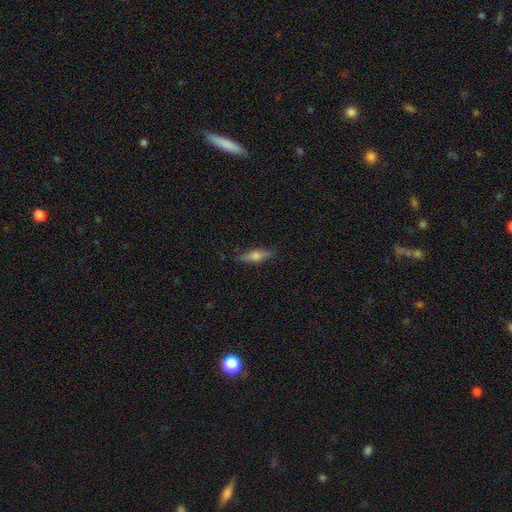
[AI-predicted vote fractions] smooth_or_featured: featured or disk (p=0.52) [alt: smooth p=0.41]
disk_edge_on: yes (p=0.94) [alt: no p=0.06]
merging: none (p=0.87) [alt: minor disturbance p=0.10]